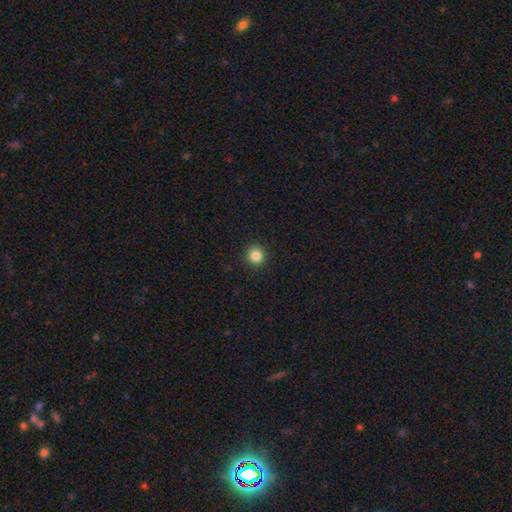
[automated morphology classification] A smooth galaxy with no disk features (85%) that is round (93%). Merging: none (92%).